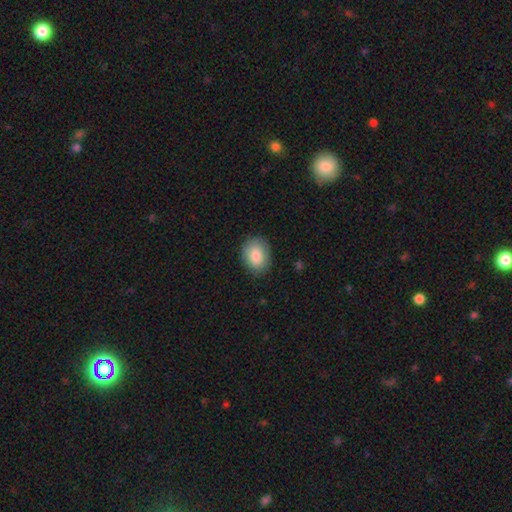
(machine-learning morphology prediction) Smooth or featured?
  - smooth: 84% *
  - featured or disk: 9%
  - star or artifact: 7%
How rounded?
  - in between: 63% *
  - round: 36%
  - cigar-shaped: 1%
Merging?
  - none: 84% *
  - minor disturbance: 12%
  - major disturbance: 3%
  - merger: 1%